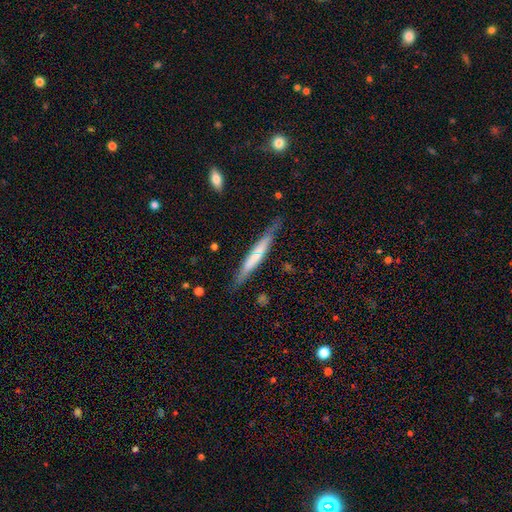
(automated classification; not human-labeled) Smooth or featured? Predicted: featured or disk (p=0.48). Merging? Predicted: none (p=0.78).